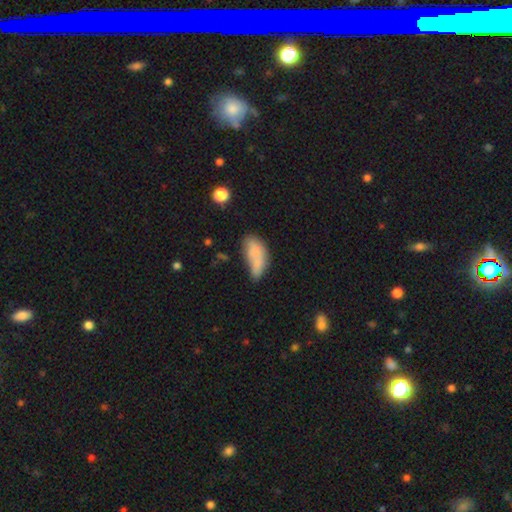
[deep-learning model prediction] A smooth galaxy with no disk features (70%) that is in between round and cigar-shaped (86%). Merging: none (33%).